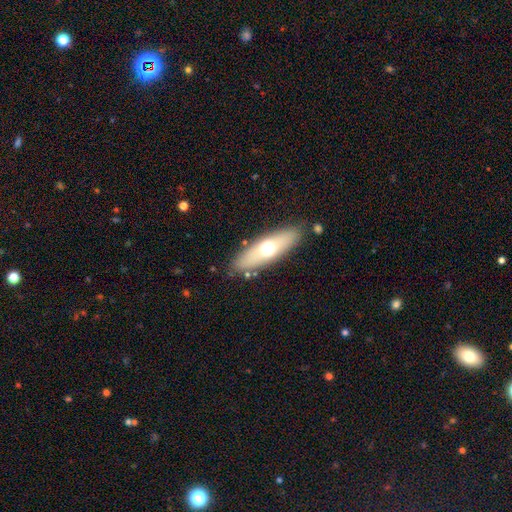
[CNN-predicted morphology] Smooth or featured? smooth (56%)
How rounded? in between (51%)
Merging? none (85%)